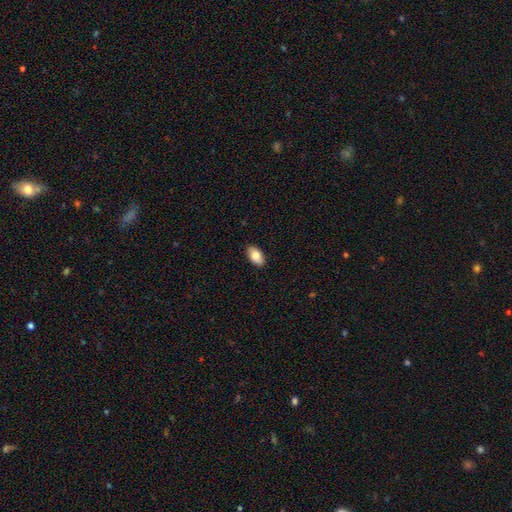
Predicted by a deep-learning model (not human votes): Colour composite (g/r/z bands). It shows a smooth galaxy with no disk features (84%) that is in between round and cigar-shaped (93%). Merging: none (89%).